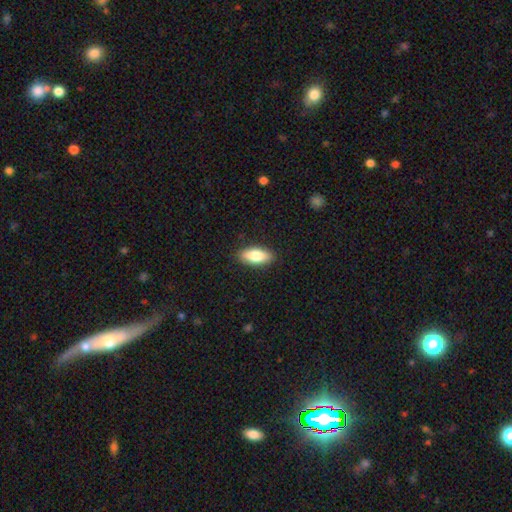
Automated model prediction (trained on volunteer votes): Q: Smooth or featured?
A: smooth (79%); runner-up: featured or disk (14%)
Q: How rounded?
A: in between (84%); runner-up: cigar-shaped (14%)
Q: Merging?
A: none (89%); runner-up: minor disturbance (8%)